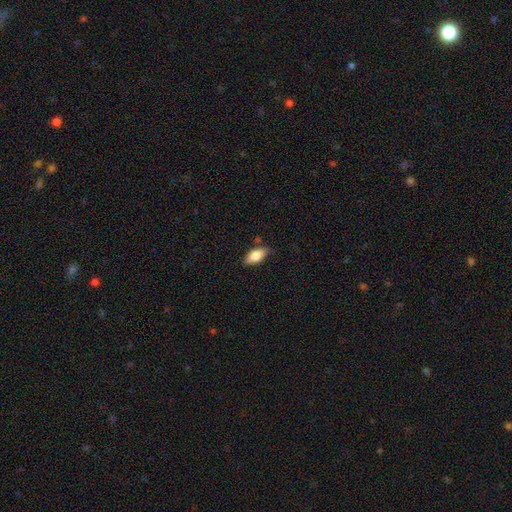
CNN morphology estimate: Smooth or featured? Predicted: smooth (p=0.75). How rounded? Predicted: in between (p=0.86). Merging? Predicted: none (p=0.76).